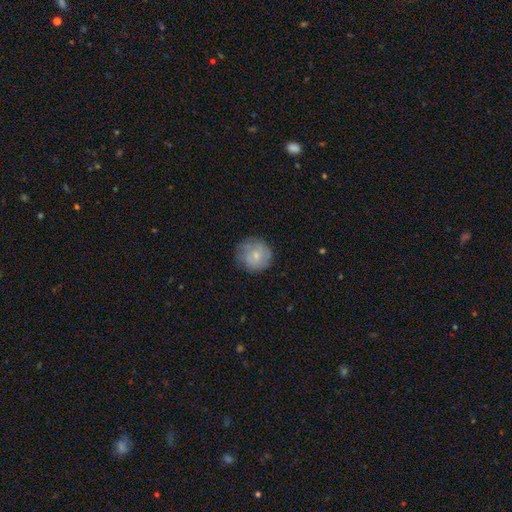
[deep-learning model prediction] Q: Smooth or featured?
A: smooth (65%); runner-up: featured or disk (27%)
Q: How rounded?
A: round (91%); runner-up: in between (8%)
Q: Merging?
A: none (74%); runner-up: minor disturbance (19%)